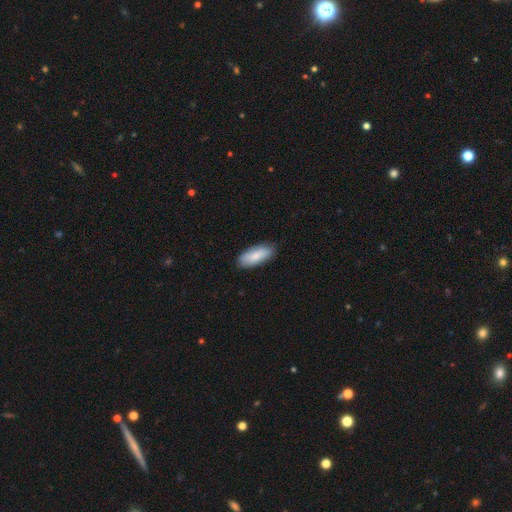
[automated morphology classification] A smooth galaxy with no disk features (83%) that is in between round and cigar-shaped (79%). Merging: none (84%).